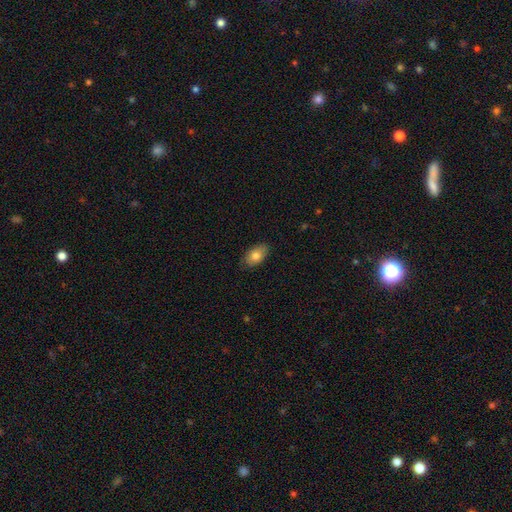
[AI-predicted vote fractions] smooth 79%, featured or disk 14%, star or artifact 7%. Down the decision tree: how rounded — in between (91%); merging — none (82%).